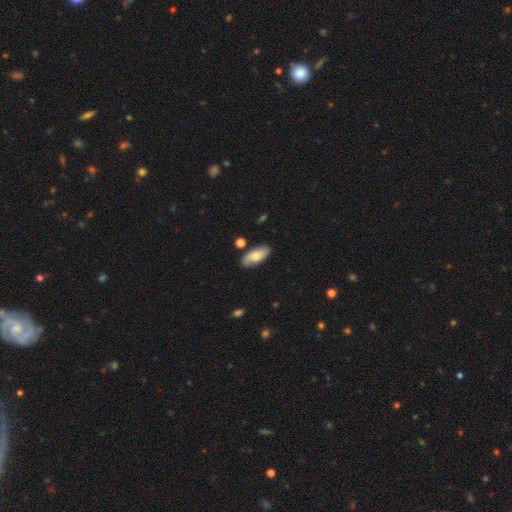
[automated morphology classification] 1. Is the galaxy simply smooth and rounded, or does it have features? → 72% smooth, 22% featured or disk, 7% star or artifact.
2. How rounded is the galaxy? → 86% in between, 11% cigar-shaped, 2% round.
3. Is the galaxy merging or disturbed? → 82% none, 12% minor disturbance, 3% merger, 2% major disturbance.